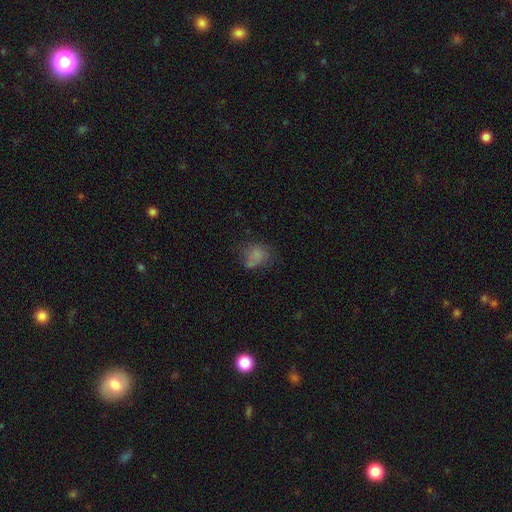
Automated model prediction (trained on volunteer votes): A smooth galaxy with no disk features (70%) that is round (51%).

Vote fractions:
- Smooth or featured? smooth: 70% / featured or disk: 16% / star or artifact: 15%
- How rounded? round: 51% / in between: 48% / cigar-shaped: 1%
- Merging? none: 49% / minor disturbance: 24% / major disturbance: 17% / merger: 10%